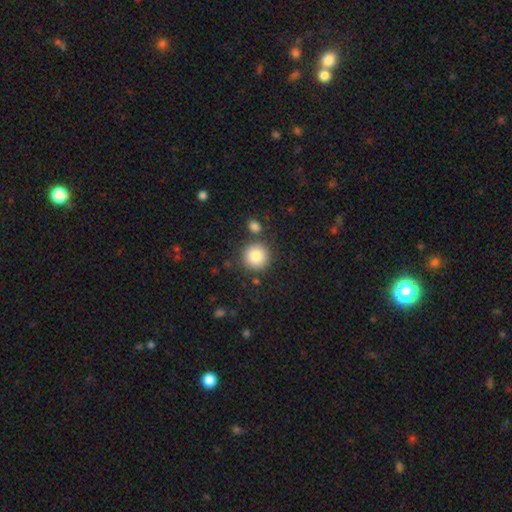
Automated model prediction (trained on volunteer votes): The model was most divided on "merging": none: 81%, merger: 8%, minor disturbance: 8%, major disturbance: 3%. More confident: how rounded — round (94%); smooth or featured — smooth (84%).